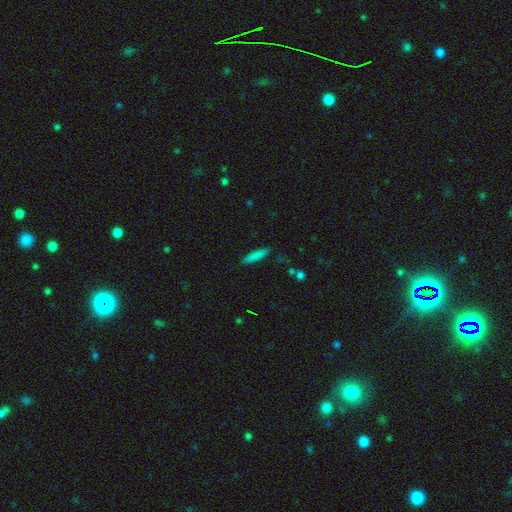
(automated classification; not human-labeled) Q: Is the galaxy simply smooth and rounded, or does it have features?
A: smooth — 83%.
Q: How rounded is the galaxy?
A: cigar-shaped — 82%.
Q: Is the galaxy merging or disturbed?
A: none — 87%.